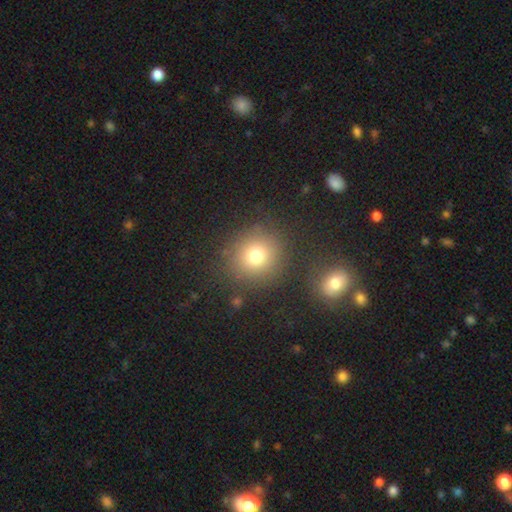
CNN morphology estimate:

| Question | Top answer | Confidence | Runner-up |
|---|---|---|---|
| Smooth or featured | smooth | 77% | star or artifact (14%) |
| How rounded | round | 88% | in between (11%) |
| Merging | none | 82% | minor disturbance (8%) |